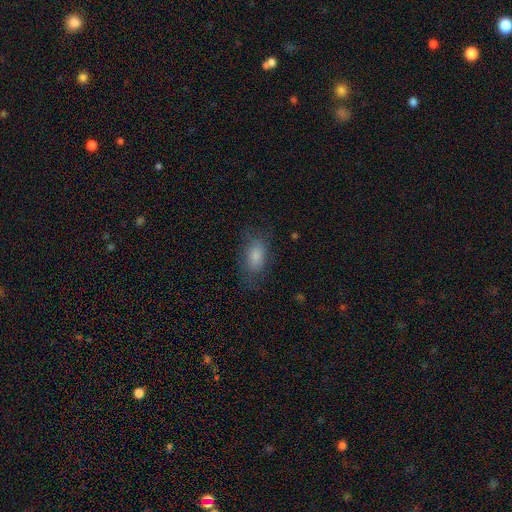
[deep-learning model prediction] smooth-or-featured: smooth: 78% | featured or disk: 14% | star or artifact: 8%
  how-rounded: in between: 89% | round: 6% | cigar-shaped: 4%
  merging: none: 69% | minor disturbance: 20% | major disturbance: 11% | merger: 1%